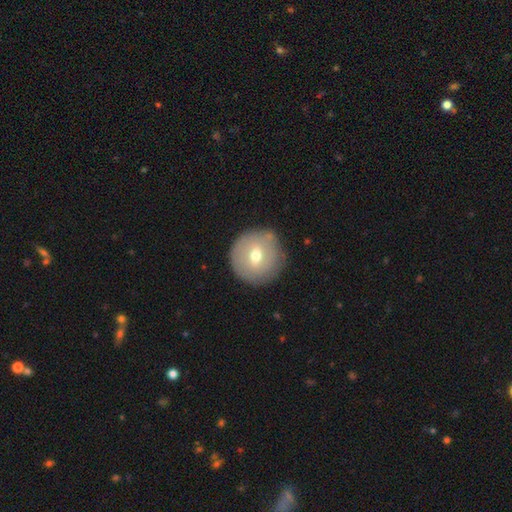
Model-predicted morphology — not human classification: This is possibly a smooth galaxy (60%). How rounded: clearly round (94%). Merging: clearly none (83%).